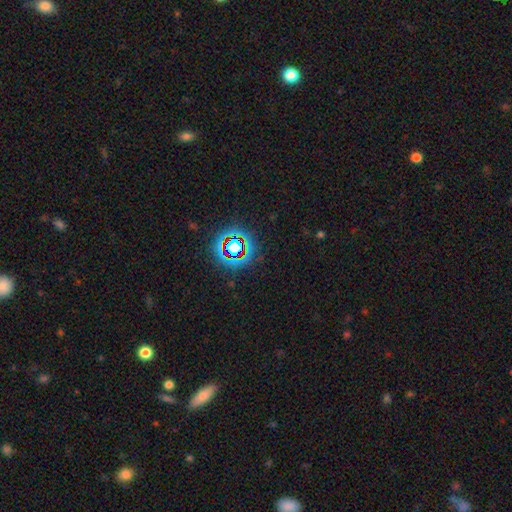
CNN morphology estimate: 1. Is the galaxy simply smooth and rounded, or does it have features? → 61% star or artifact, 24% smooth, 15% featured or disk.